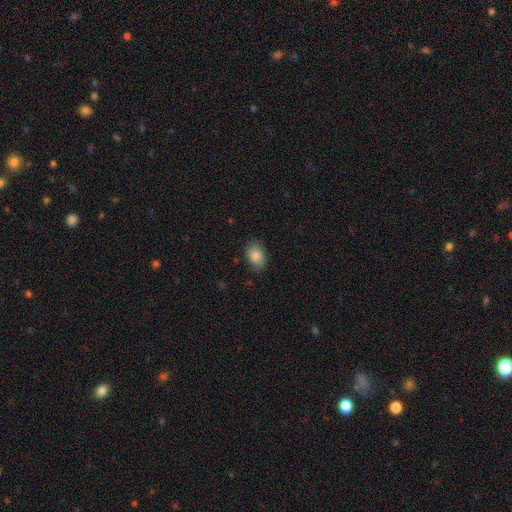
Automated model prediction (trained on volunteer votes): A smooth galaxy with no disk features (85%) that is in between round and cigar-shaped (81%).

Vote fractions:
- Smooth or featured? smooth: 85% / star or artifact: 7% / featured or disk: 7%
- How rounded? in between: 81% / round: 18% / cigar-shaped: 1%
- Merging? none: 78% / minor disturbance: 17% / major disturbance: 3% / merger: 1%